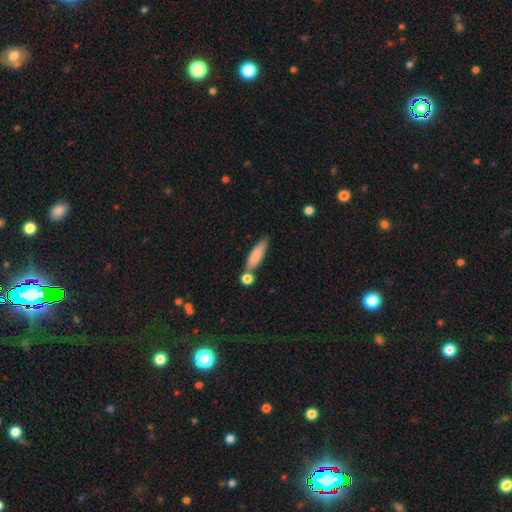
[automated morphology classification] The model was most divided on "how rounded": cigar-shaped: 63%, in between: 35%, round: 3%. More confident: smooth or featured — smooth (81%); merging — none (59%).